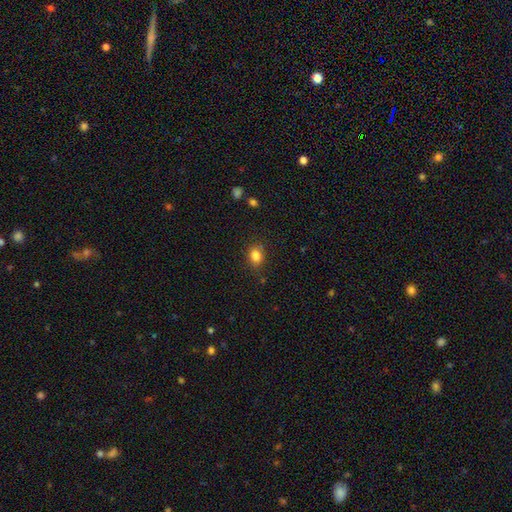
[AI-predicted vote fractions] A smooth galaxy with no disk features (84%) that is in between round and cigar-shaped (55%). Merging: none (80%).